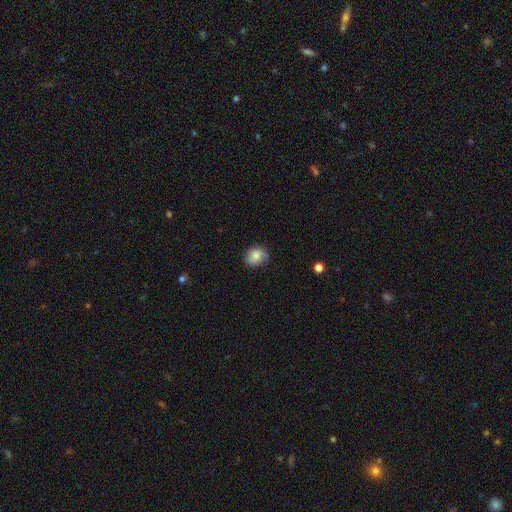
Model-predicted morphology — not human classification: This appears to be a smooth galaxy with no disk features (72%) that is round (59%). Merging: none (67%).